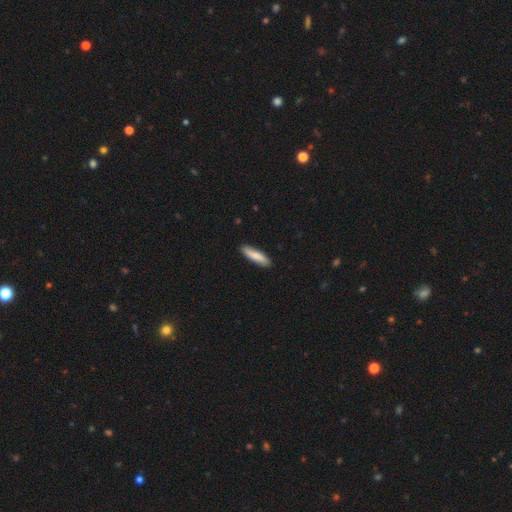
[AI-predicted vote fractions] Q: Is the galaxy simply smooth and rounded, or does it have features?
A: smooth — 78%.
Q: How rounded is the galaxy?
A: cigar-shaped — 73%.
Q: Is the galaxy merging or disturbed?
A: none — 88%.